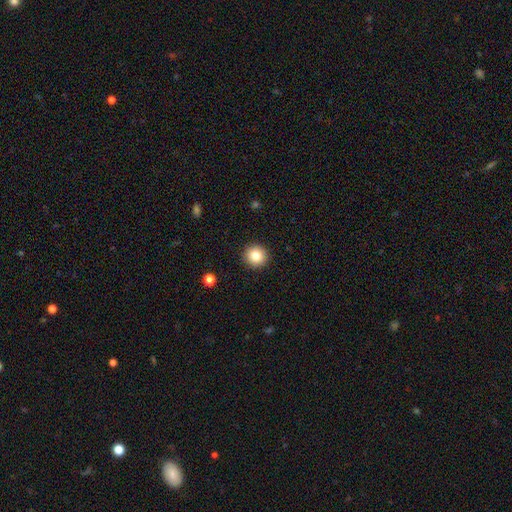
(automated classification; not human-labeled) Morphology: type=smooth (82%); roundness=round (93%); merging=none (92%).